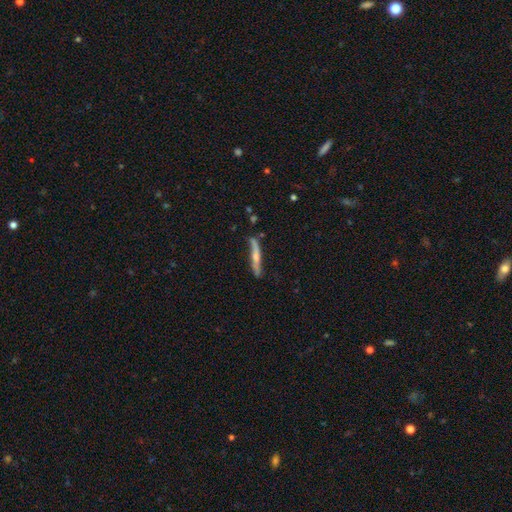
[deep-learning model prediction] smooth-or-featured: featured or disk: 52% | smooth: 42% | star or artifact: 6%
  disk-edge-on: yes: 86% | no: 14%
  merging: none: 69% | minor disturbance: 22% | major disturbance: 5% | merger: 4%